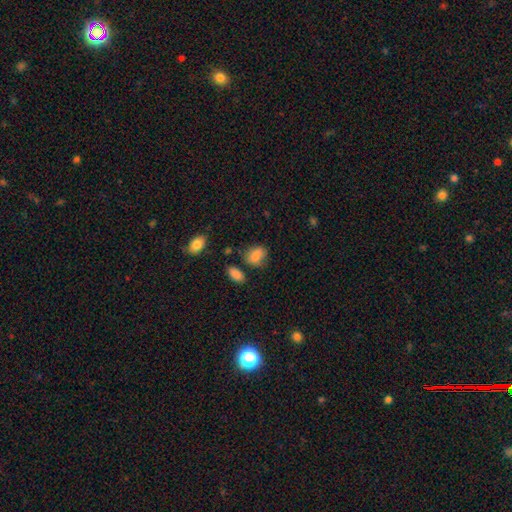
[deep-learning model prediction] Smooth or featured? Predicted: smooth (p=0.84). How rounded? Predicted: in between (p=0.66). Merging? Predicted: none (p=0.65).